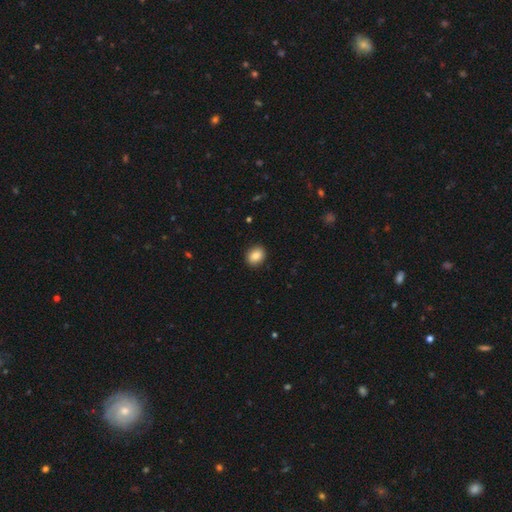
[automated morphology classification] Smooth or featured: smooth — 85% (star or artifact — 8%)
How rounded: in between — 53% (round — 46%)
Merging: none — 91% (minor disturbance — 7%)